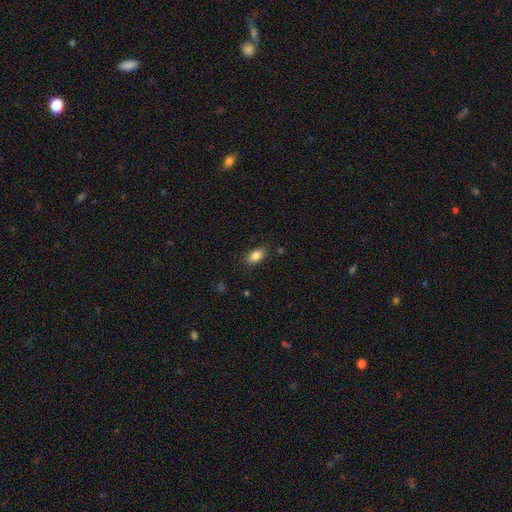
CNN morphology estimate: A smooth galaxy with no disk features (85%) that is in between round and cigar-shaped (88%).

Vote fractions:
- Smooth or featured? smooth: 85% / star or artifact: 8% / featured or disk: 7%
- How rounded? in between: 88% / round: 9% / cigar-shaped: 3%
- Merging? none: 83% / minor disturbance: 12% / major disturbance: 3% / merger: 1%